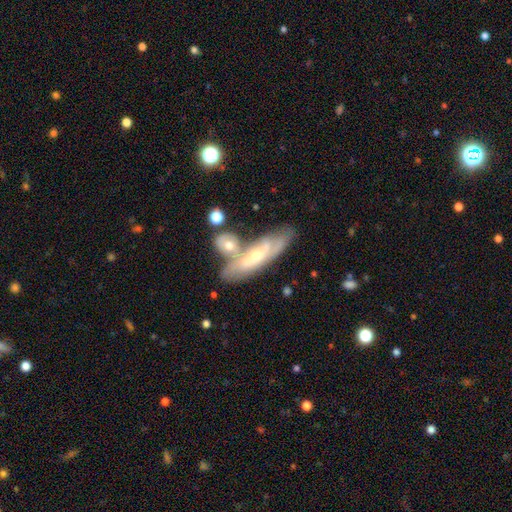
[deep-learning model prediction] Smooth or featured? Predicted: featured or disk (p=0.66). Edge-on disk? Predicted: no (p=0.63). Merging? Predicted: none (p=0.41).